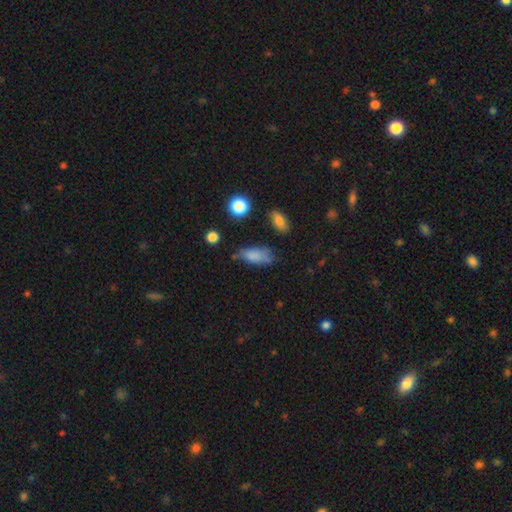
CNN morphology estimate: A smooth galaxy with no disk features (79%) that is in between round and cigar-shaped (82%). Merging: none (54%).